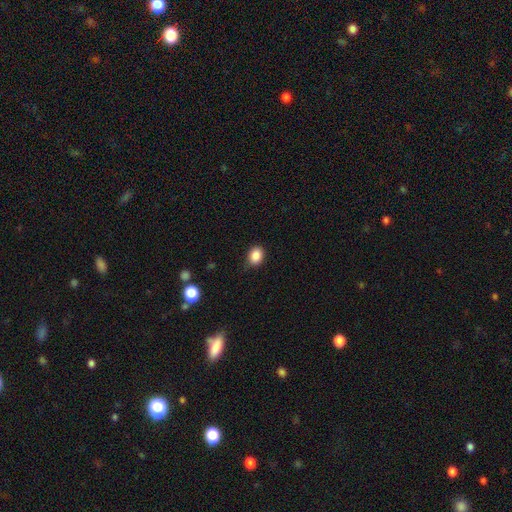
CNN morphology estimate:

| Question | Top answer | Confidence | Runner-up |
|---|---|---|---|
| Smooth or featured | smooth | 87% | star or artifact (9%) |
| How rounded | in between | 57% | round (42%) |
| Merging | none | 81% | minor disturbance (15%) |